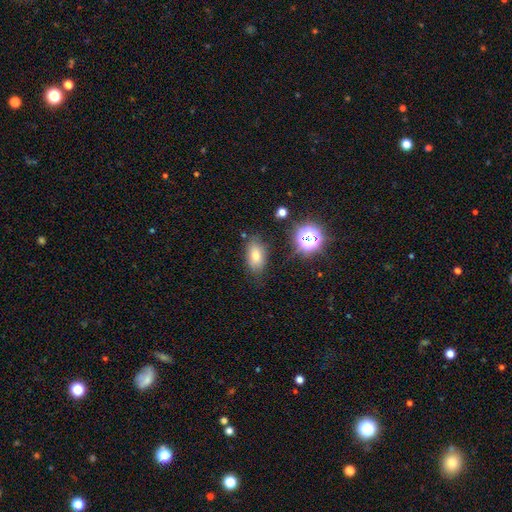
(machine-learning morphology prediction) This is likely a smooth galaxy (72%). How rounded: clearly in between (87%). Merging: likely none (79%).